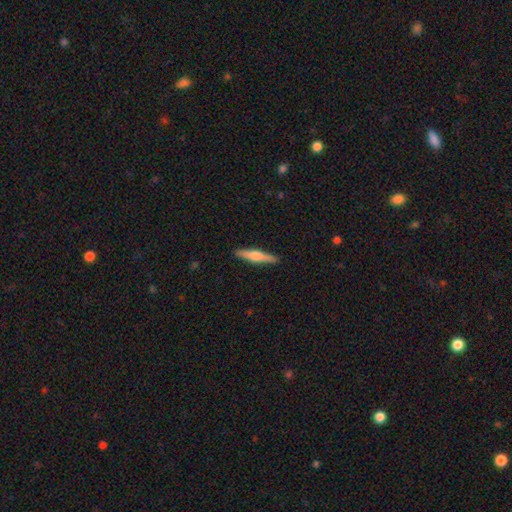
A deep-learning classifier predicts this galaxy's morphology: A featured or disk galaxy (54%) viewed edge-on (97%) with a rounded central bulge (86%).

Vote fractions:
- Smooth or featured? featured or disk: 54% / smooth: 40% / star or artifact: 5%
- Edge-on disk? yes: 97% / no: 3%
- Edge-on bulge? rounded: 86% / boxy: 8% / none: 5%
- Merging? none: 91% / minor disturbance: 7% / major disturbance: 1% / merger: 1%